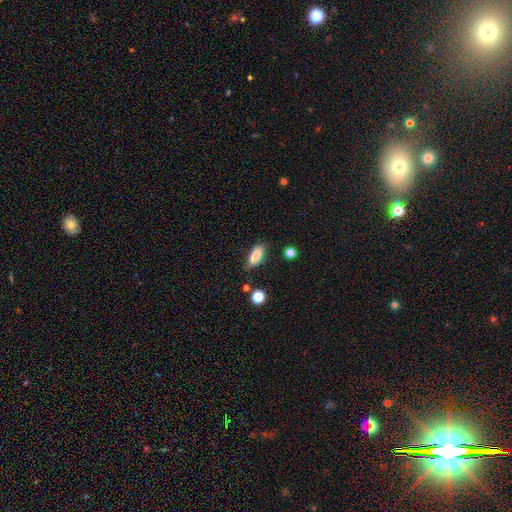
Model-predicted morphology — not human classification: smooth_or_featured: smooth (p=0.84) [alt: star or artifact p=0.08]
how_rounded: in between (p=0.75) [alt: cigar-shaped p=0.22]
merging: none (p=0.76) [alt: minor disturbance p=0.18]